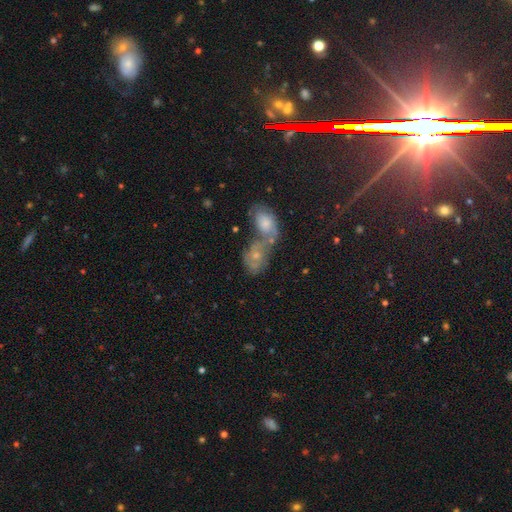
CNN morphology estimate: This appears to be a featured or disk galaxy (50%). Merging: merger (69%).